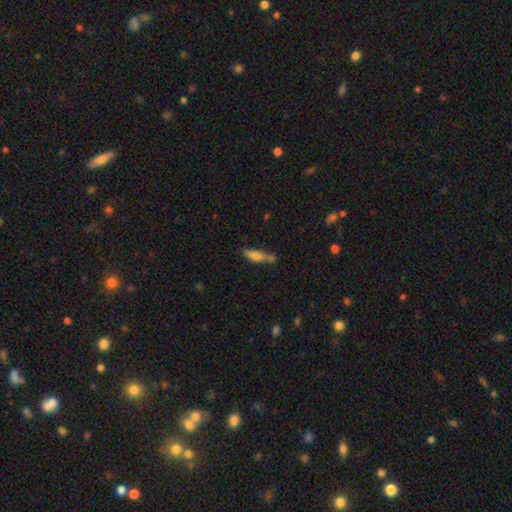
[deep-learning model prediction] Smooth or featured: smooth — 75% (featured or disk — 17%)
How rounded: cigar-shaped — 51% (in between — 47%)
Merging: none — 48% (merger — 26%)